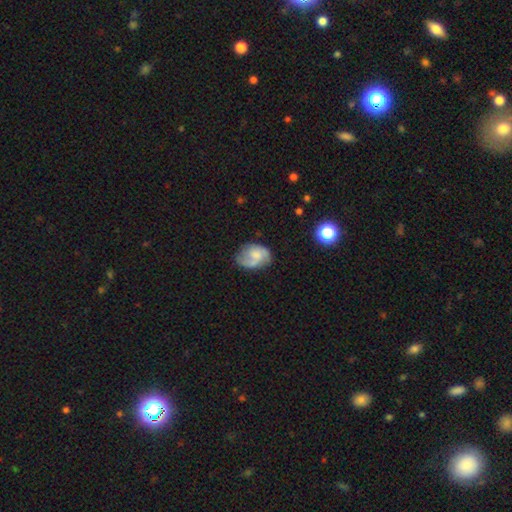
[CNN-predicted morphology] type=featured or disk (65%); edge-on=no (98%); bar=no (62%); spiral arms=yes (90%); winding=medium (45%); arm count=2 (61%); bulge=small (32%); merging=none (58%).